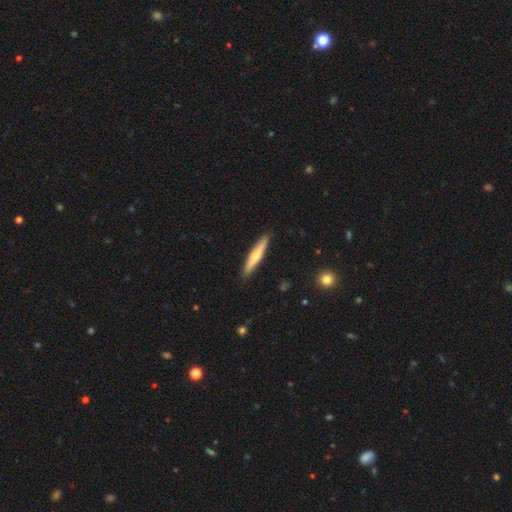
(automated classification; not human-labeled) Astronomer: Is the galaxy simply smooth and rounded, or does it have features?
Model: smooth — 48% (runner-up: featured or disk, 46%).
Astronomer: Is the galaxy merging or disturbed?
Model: none — 91%.